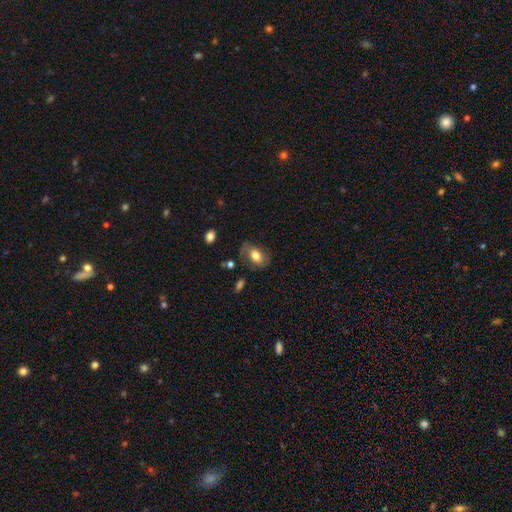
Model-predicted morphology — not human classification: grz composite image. It shows a smooth galaxy with no disk features (66%) that is in between round and cigar-shaped (82%). Merging: none (68%).